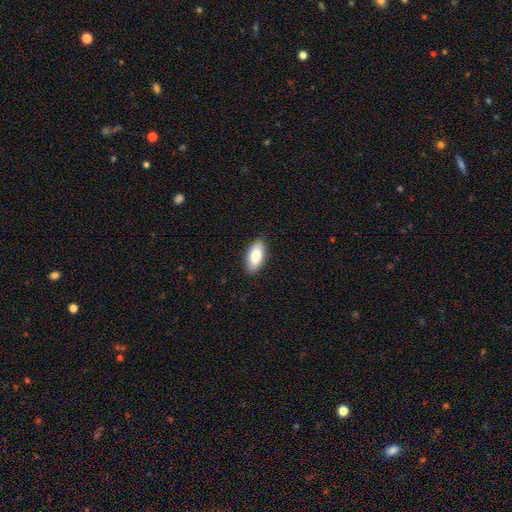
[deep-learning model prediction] A smooth galaxy with no disk features (82%) that is in between round and cigar-shaped (91%).

Vote fractions:
- Smooth or featured? smooth: 82% / featured or disk: 12% / star or artifact: 6%
- How rounded? in between: 91% / cigar-shaped: 6% / round: 2%
- Merging? none: 88% / minor disturbance: 9% / major disturbance: 2% / merger: 1%